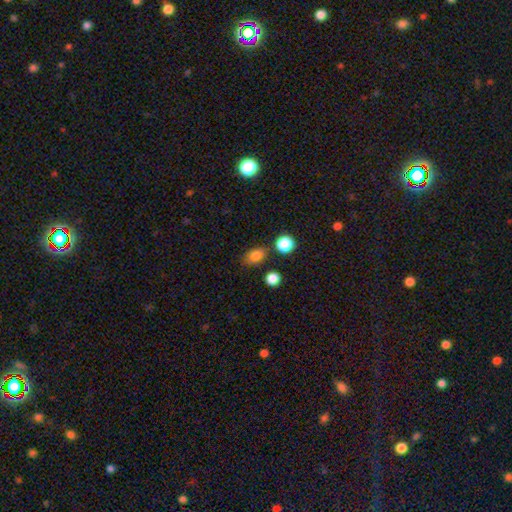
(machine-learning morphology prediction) A smooth galaxy with no disk features (82%) that is in between round and cigar-shaped (69%). Merging: none (74%).